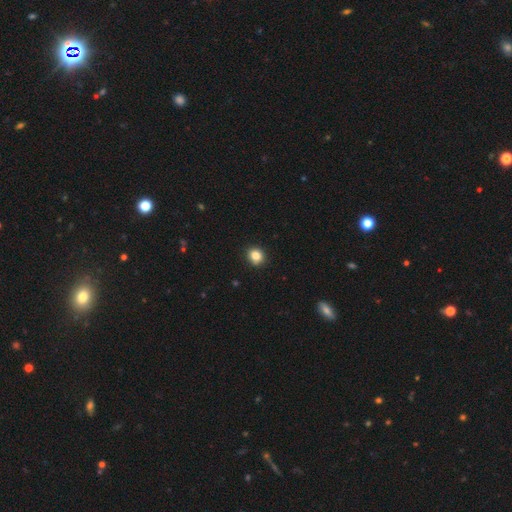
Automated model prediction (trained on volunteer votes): smooth_or_featured: smooth (p=0.84) [alt: star or artifact p=0.11]
how_rounded: round (p=0.77) [alt: in between p=0.22]
merging: none (p=0.90) [alt: minor disturbance p=0.08]